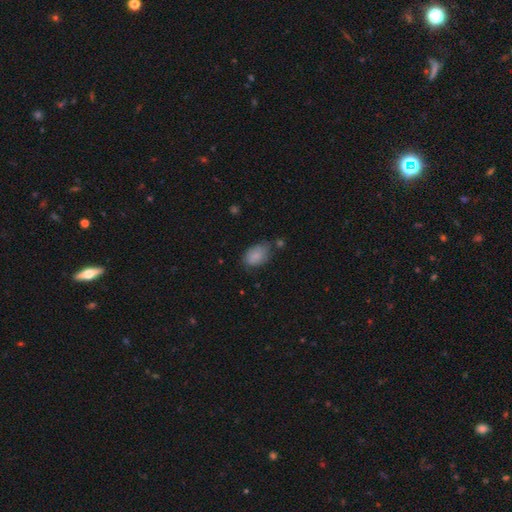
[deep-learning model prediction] Smooth or featured: smooth — 83% (featured or disk — 9%)
How rounded: in between — 88% (round — 11%)
Merging: none — 59% (minor disturbance — 29%)